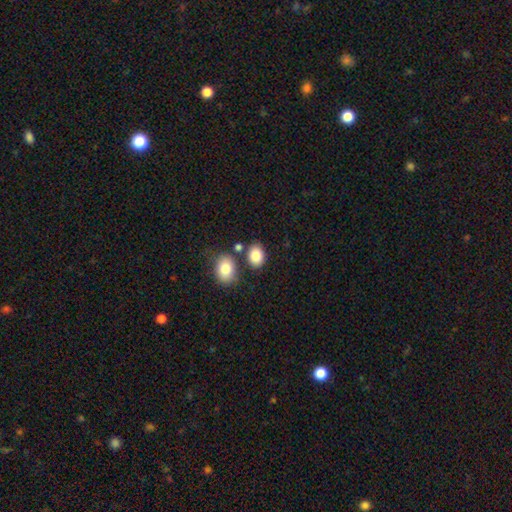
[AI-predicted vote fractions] Overall: smooth (85%). How rounded: in between (74%). Merging: none (71%).